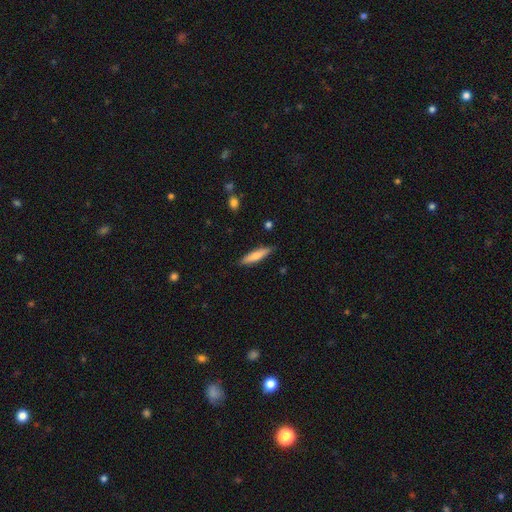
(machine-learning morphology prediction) A smooth galaxy with no disk features (68%) that is cigar-shaped (79%). Merging: none (87%).